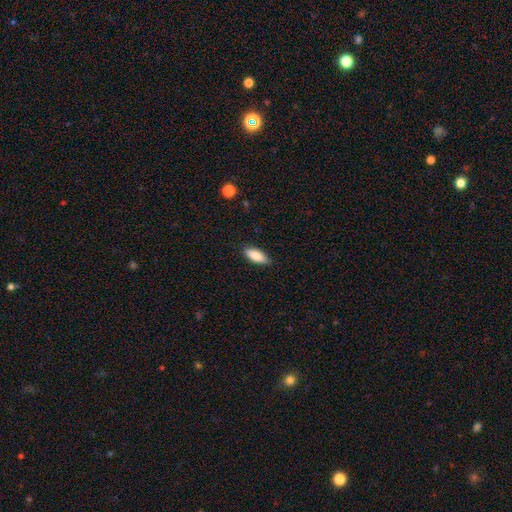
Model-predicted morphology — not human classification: A smooth galaxy with no disk features (83%) that is in between round and cigar-shaped (72%).

Vote fractions:
- Smooth or featured? smooth: 83% / featured or disk: 11% / star or artifact: 6%
- How rounded? in between: 72% / cigar-shaped: 26% / round: 2%
- Merging? none: 83% / minor disturbance: 13% / major disturbance: 2% / merger: 1%